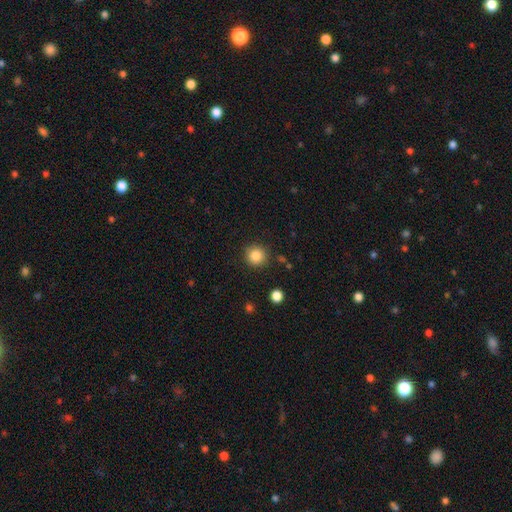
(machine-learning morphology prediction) smooth-or-featured: smooth: 85% | star or artifact: 10% | featured or disk: 5%
  how-rounded: round: 93% | in between: 6% | cigar-shaped: 1%
  merging: none: 88% | minor disturbance: 7% | major disturbance: 3% | merger: 2%